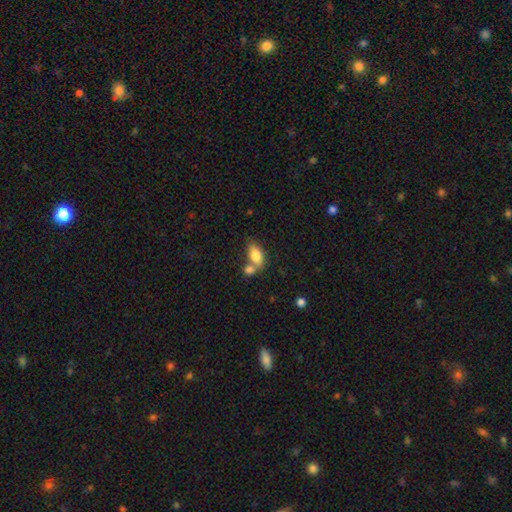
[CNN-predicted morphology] Overall: smooth (80%). How rounded: in between (88%). Merging: merger (43%; none 40%).